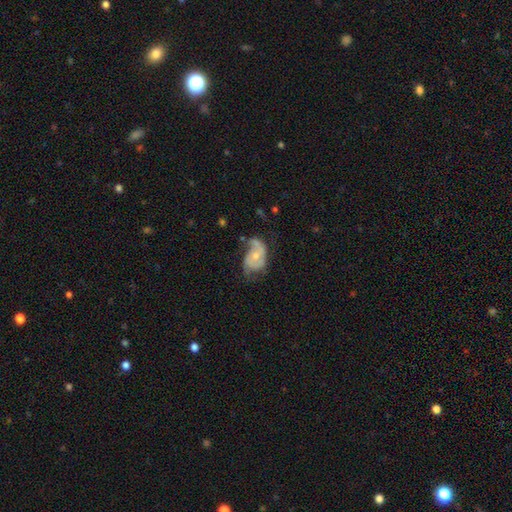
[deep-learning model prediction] A featured or disk galaxy (72%) with no bar (72%), 2 (54%) medium (44%) spiral arms (86%) and a moderate central bulge (48%).

Vote fractions:
- Smooth or featured? featured or disk: 72% / smooth: 21% / star or artifact: 7%
- Edge-on disk? no: 97% / yes: 3%
- Bar? no: 72% / weak: 24% / strong: 5%
- Spiral arms? yes: 86% / no: 14%
- Spiral winding? medium: 44% / tight: 29% / loose: 28%
- Spiral arm count? 2: 54% / can't tell: 17% / 3: 15% / 1: 9% / 4: 2% / more than 4: 2%
- Bulge size? moderate: 48% / small: 46% / none: 3% / large: 2% / dominant: 1%
- Merging? none: 39% / minor disturbance: 31% / major disturbance: 26% / merger: 4%